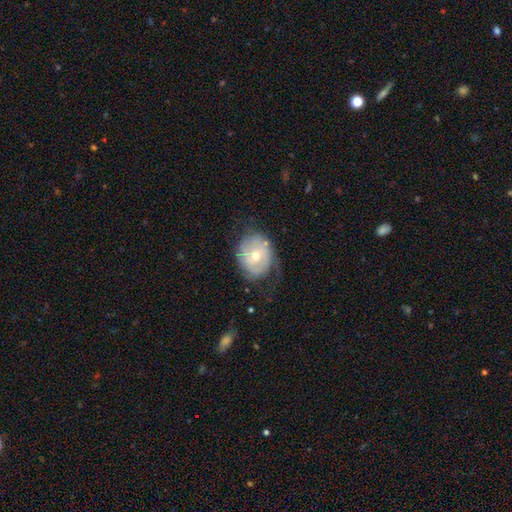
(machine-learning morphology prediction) This appears to be a featured or disk galaxy (60%) with no bar (70%), spiral arms (70%) and a moderate central bulge (56%). Merging: none (54%).